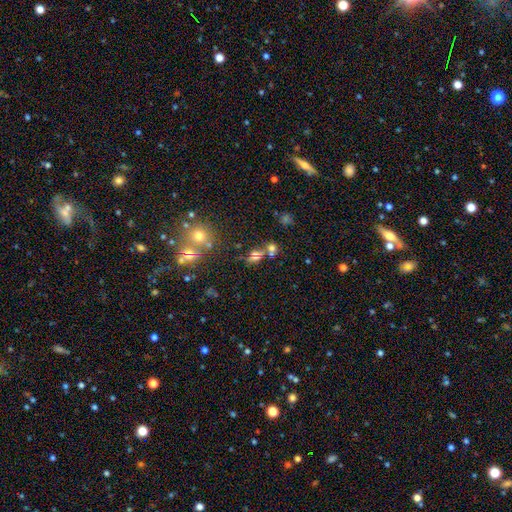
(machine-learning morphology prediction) The model was most divided on "merging": merger: 41%, none: 39%, minor disturbance: 11%, major disturbance: 8%. More confident: how rounded — in between (58%); smooth or featured — smooth (56%).